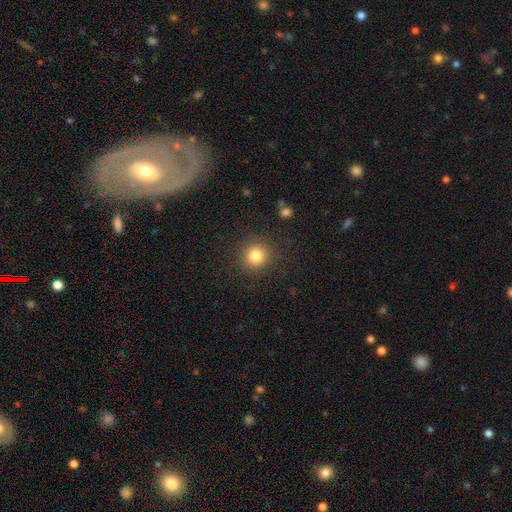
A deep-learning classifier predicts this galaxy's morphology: Smooth or featured?
  - smooth: 82% *
  - star or artifact: 12%
  - featured or disk: 6%
How rounded?
  - round: 92% *
  - in between: 7%
  - cigar-shaped: 1%
Merging?
  - none: 89% *
  - minor disturbance: 7%
  - major disturbance: 3%
  - merger: 1%